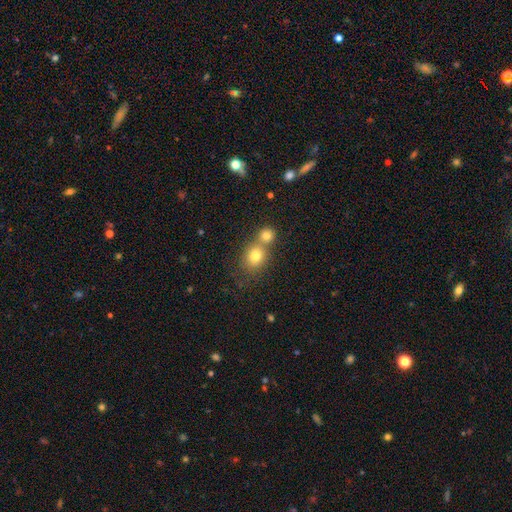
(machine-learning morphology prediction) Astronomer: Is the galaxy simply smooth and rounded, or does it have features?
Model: smooth — 77%.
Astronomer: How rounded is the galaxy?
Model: round — 72%.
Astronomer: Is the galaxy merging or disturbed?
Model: merger — 51% (runner-up: none, 39%).